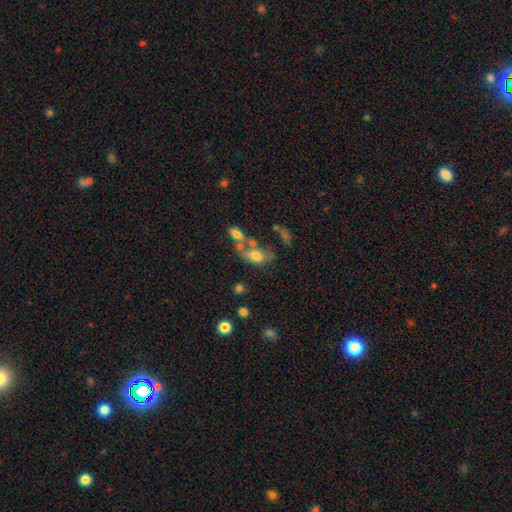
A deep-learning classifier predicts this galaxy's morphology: Smooth or featured: smooth — 67% (featured or disk — 21%)
How rounded: in between — 80% (round — 17%)
Merging: merger — 43% (none — 28%)